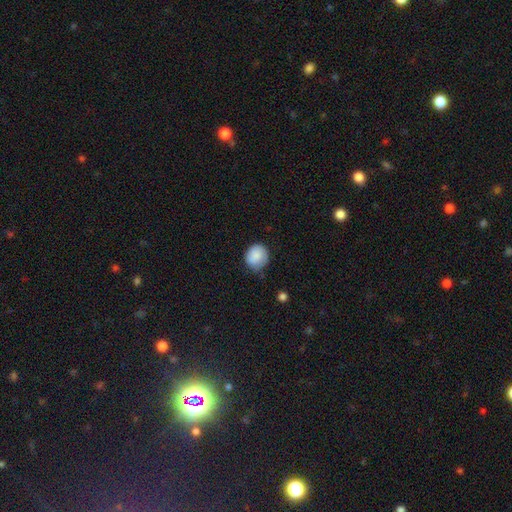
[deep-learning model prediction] A smooth galaxy with no disk features (84%) that is round (80%). Merging: none (68%).